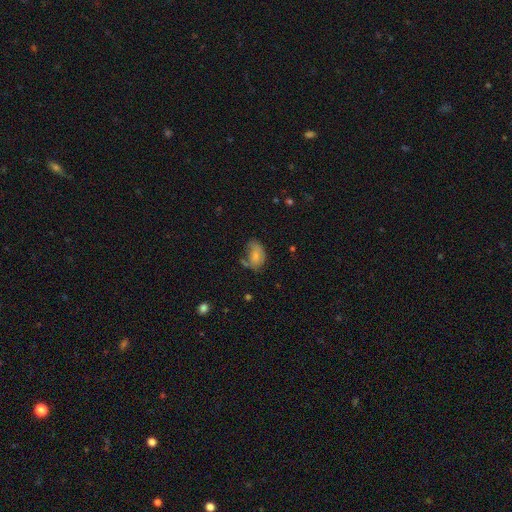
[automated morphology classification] smooth-or-featured: smooth: 70% | featured or disk: 20% | star or artifact: 10%
  how-rounded: in between: 85% | round: 13% | cigar-shaped: 1%
  merging: none: 42% | minor disturbance: 30% | major disturbance: 18% | merger: 9%